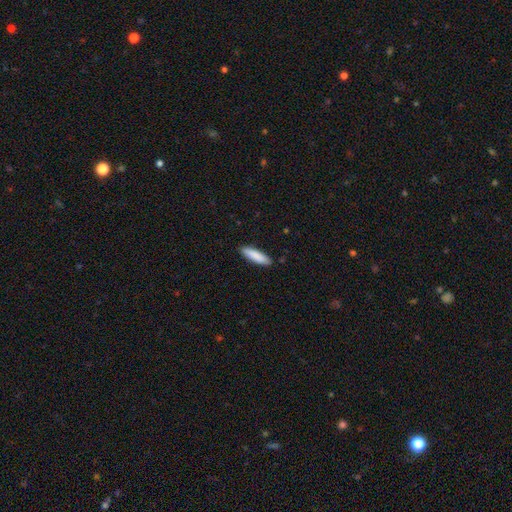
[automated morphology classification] Smooth or featured? Predicted: smooth (p=0.87). How rounded? Predicted: cigar-shaped (p=0.68). Merging? Predicted: none (p=0.89).